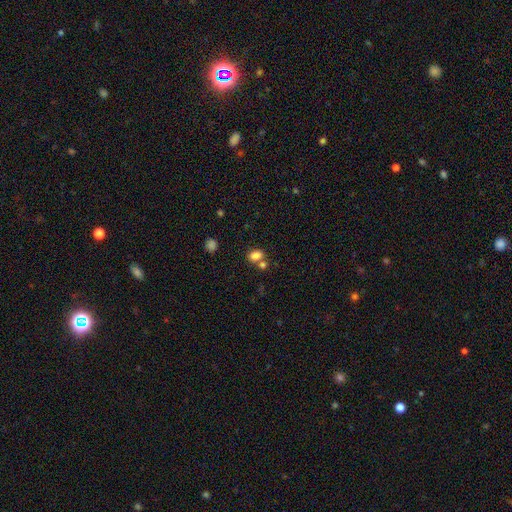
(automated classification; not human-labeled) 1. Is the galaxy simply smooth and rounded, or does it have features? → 83% smooth, 11% star or artifact, 6% featured or disk.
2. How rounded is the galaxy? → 70% in between, 29% round, 1% cigar-shaped.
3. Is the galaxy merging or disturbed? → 54% none, 32% merger, 10% minor disturbance, 4% major disturbance.